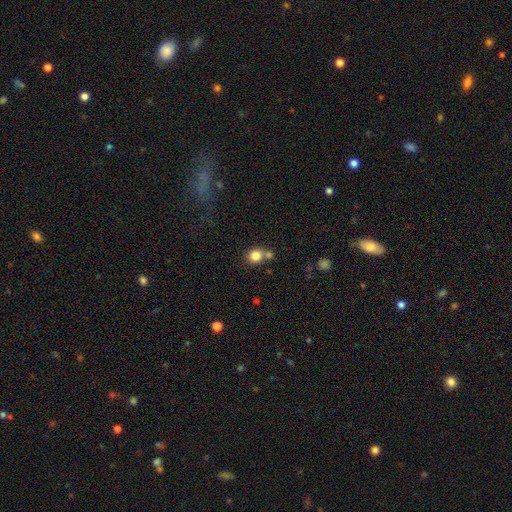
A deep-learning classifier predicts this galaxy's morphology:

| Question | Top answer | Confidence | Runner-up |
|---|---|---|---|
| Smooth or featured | smooth | 83% | star or artifact (10%) |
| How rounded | round | 82% | in between (17%) |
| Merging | none | 58% | merger (28%) |